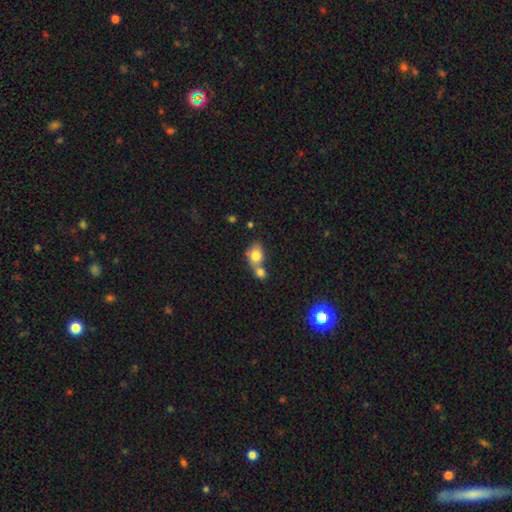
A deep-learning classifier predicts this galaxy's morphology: smooth 78%, featured or disk 13%, star or artifact 9%. Down the decision tree: how rounded — in between (55%); merging — merger (60%).